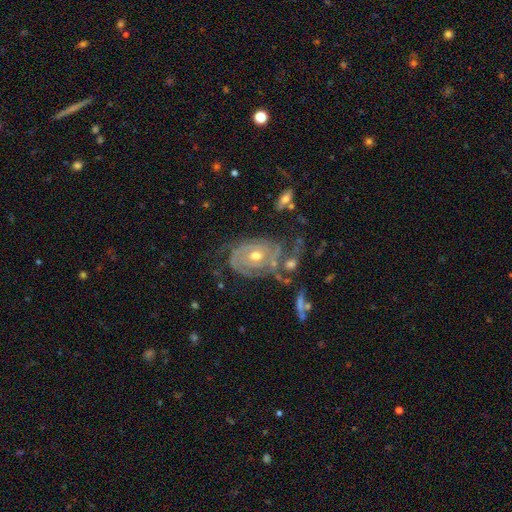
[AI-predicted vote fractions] This is clearly a featured or disk galaxy (85%). It is clearly not viewed edge-on (96%). Bar: likely no (78%). Spiral arm pattern: clearly yes (92%). Spiral arm count: marginally 2 (43%). Spiral winding: likely tight (72%). Central bulge: likely moderate (65%). Merging: possibly none (51%).